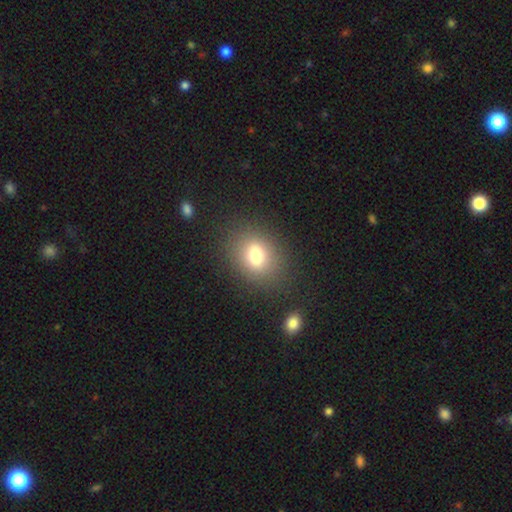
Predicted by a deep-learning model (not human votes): Q: Smooth or featured?
A: smooth (73%); runner-up: star or artifact (14%)
Q: How rounded?
A: in between (54%); runner-up: round (45%)
Q: Merging?
A: none (82%); runner-up: minor disturbance (10%)